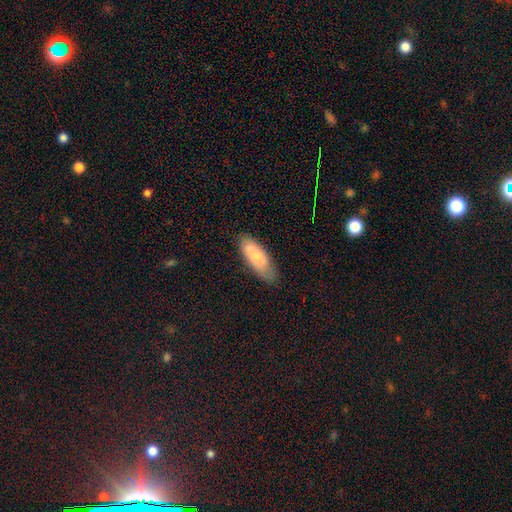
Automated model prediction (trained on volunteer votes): This is likely a smooth galaxy (72%). How rounded: likely in between (74%). Merging: likely none (72%).